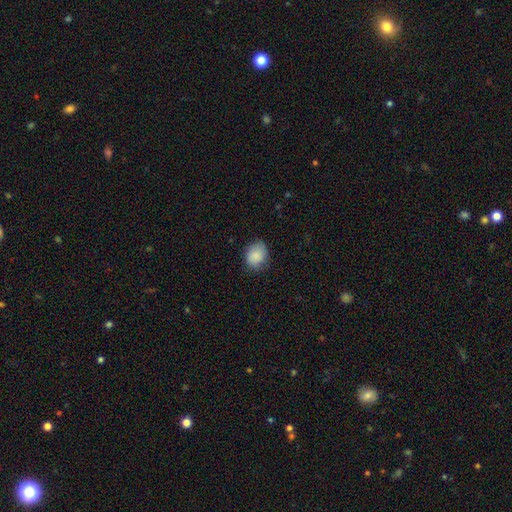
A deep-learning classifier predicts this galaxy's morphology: A smooth galaxy with no disk features (87%) that is round (59%).

Vote fractions:
- Smooth or featured? smooth: 87% / star or artifact: 8% / featured or disk: 6%
- How rounded? round: 59% / in between: 40% / cigar-shaped: 1%
- Merging? none: 74% / minor disturbance: 21% / major disturbance: 4% / merger: 1%